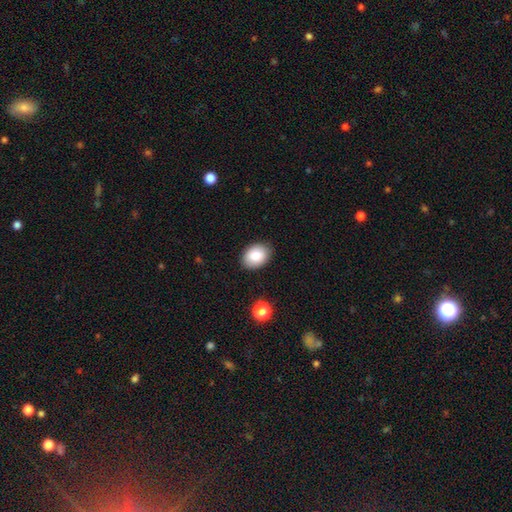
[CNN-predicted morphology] smooth_or_featured: smooth (p=0.82) [alt: featured or disk p=0.10]
how_rounded: in between (p=0.75) [alt: round p=0.24]
merging: none (p=0.86) [alt: minor disturbance p=0.10]